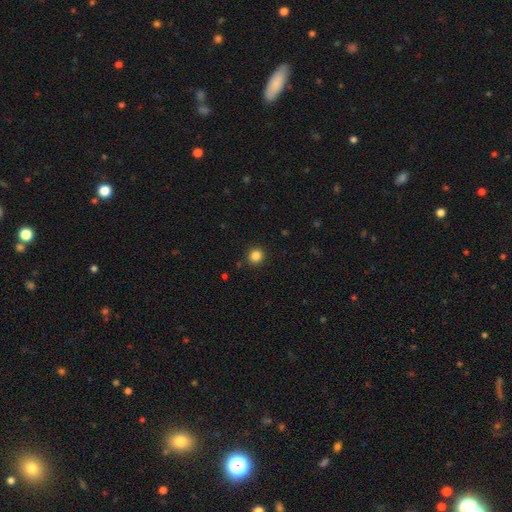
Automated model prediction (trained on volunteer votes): smooth-or-featured: smooth: 84% | star or artifact: 12% | featured or disk: 4%
  how-rounded: round: 93% | in between: 6% | cigar-shaped: 1%
  merging: none: 91% | minor disturbance: 5% | major disturbance: 2% | merger: 1%